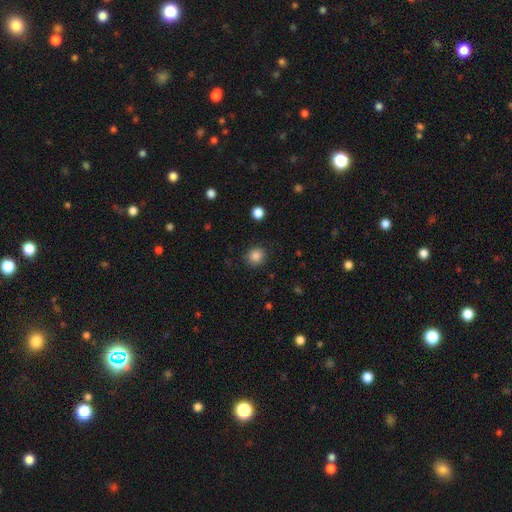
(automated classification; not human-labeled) Smooth or featured? smooth (86%)
How rounded? round (84%)
Merging? none (88%)